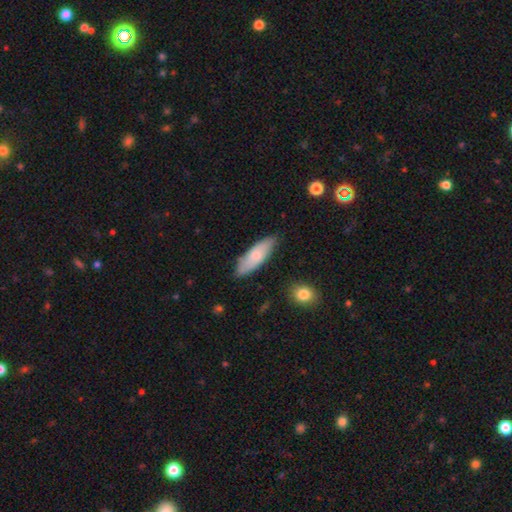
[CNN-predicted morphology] Smooth or featured: smooth — 71% (featured or disk — 23%)
How rounded: in between — 61% (cigar-shaped — 37%)
Merging: none — 81% (minor disturbance — 15%)